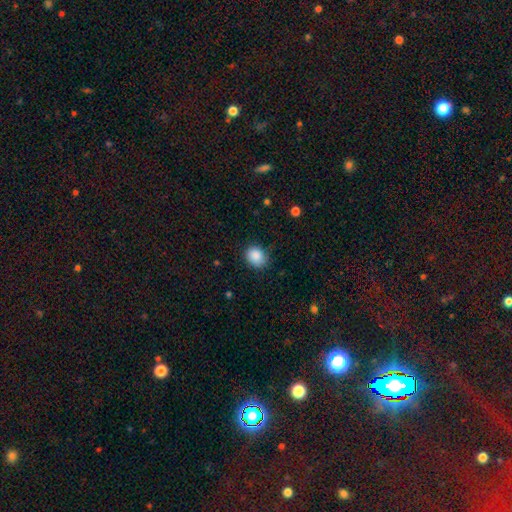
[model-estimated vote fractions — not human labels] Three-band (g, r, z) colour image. It shows a smooth galaxy with no disk features (88%) that is round (60%). Merging: none (81%).